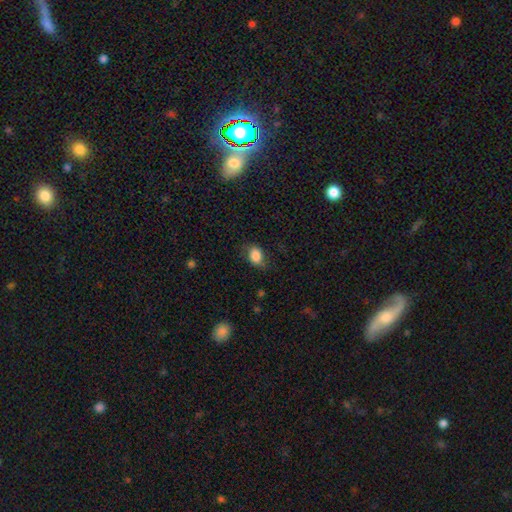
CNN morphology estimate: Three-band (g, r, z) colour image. It shows a smooth galaxy with no disk features (84%) that is in between round and cigar-shaped (72%). Merging: none (69%).